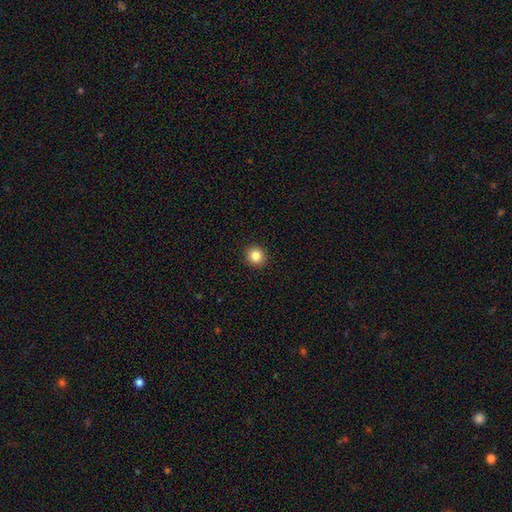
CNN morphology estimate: This appears to be a smooth galaxy with no disk features (85%) that is round (89%). Merging: none (92%).